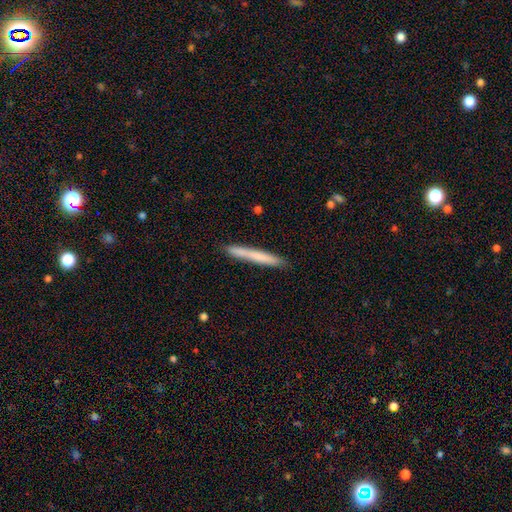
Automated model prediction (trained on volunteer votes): smooth-or-featured: smooth: 69% | featured or disk: 25% | star or artifact: 6%
  how-rounded: cigar-shaped: 97% | in between: 2% | round: 1%
  merging: none: 88% | minor disturbance: 9% | merger: 2% | major disturbance: 1%